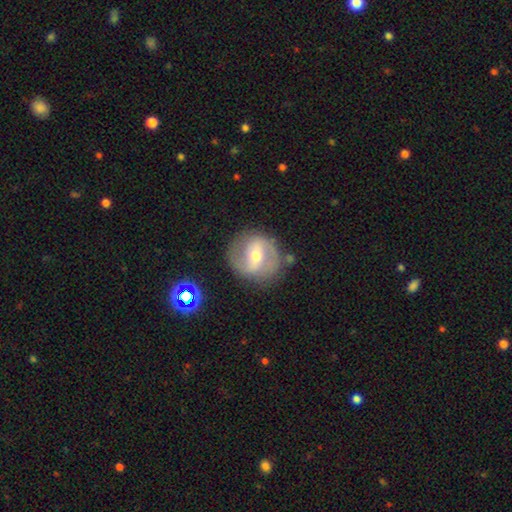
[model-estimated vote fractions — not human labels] Smooth or featured? Predicted: featured or disk (p=0.73). Edge-on disk? Predicted: no (p=0.96). Bar? Predicted: strong (p=0.42). Spiral arms? Predicted: yes (p=0.80). Spiral winding? Predicted: medium (p=0.47). Spiral arm count? Predicted: 2 (p=0.85). Bulge size? Predicted: moderate (p=0.60). Merging? Predicted: none (p=0.79).